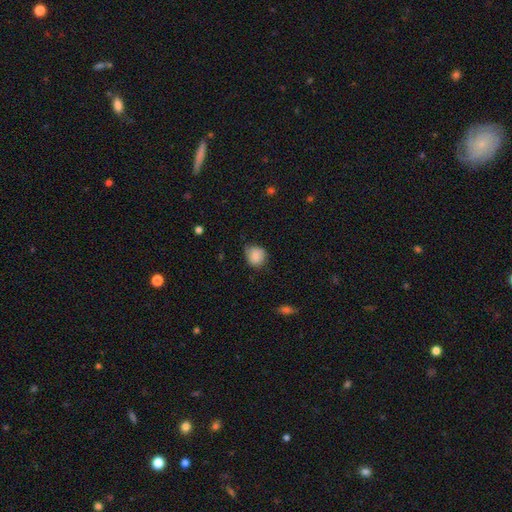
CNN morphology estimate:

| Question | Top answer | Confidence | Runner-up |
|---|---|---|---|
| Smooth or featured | smooth | 83% | featured or disk (9%) |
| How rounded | round | 78% | in between (22%) |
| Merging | none | 61% | minor disturbance (31%) |